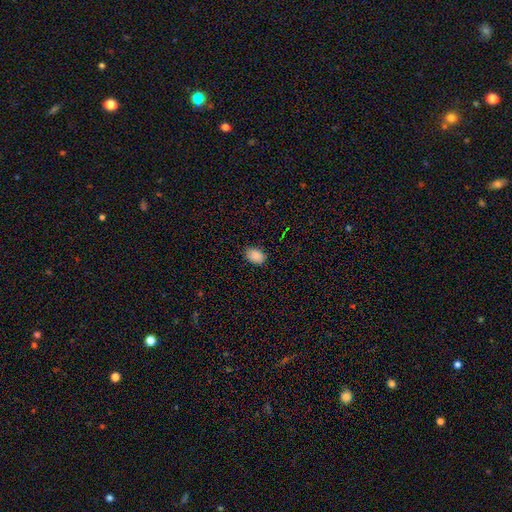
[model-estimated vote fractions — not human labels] The model was most divided on "how rounded": in between: 82%, round: 16%, cigar-shaped: 1%. More confident: smooth or featured — smooth (87%); merging — none (84%).